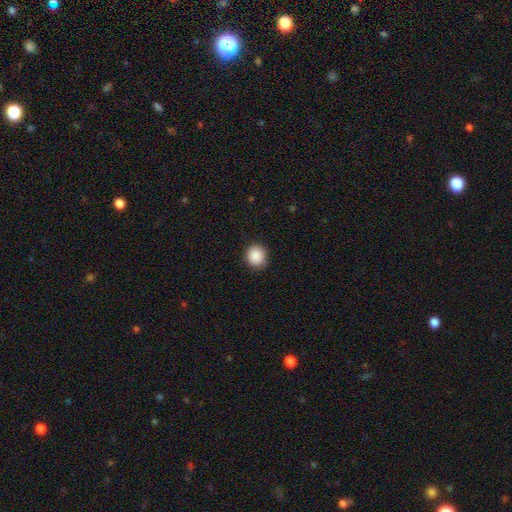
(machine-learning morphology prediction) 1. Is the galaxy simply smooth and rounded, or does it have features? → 88% smooth, 9% star or artifact, 3% featured or disk.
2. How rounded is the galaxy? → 85% round, 14% in between, 1% cigar-shaped.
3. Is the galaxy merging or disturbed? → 86% none, 11% minor disturbance, 2% major disturbance, 1% merger.